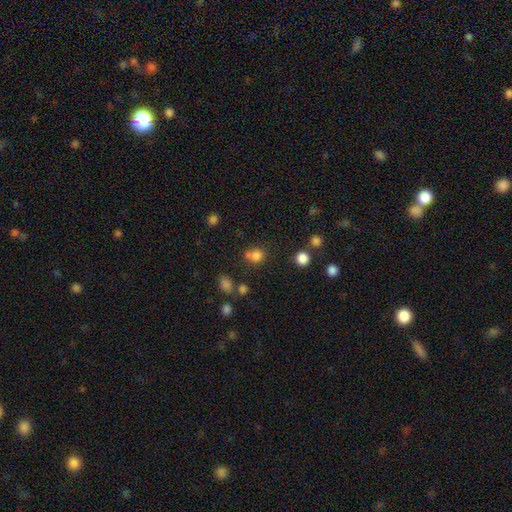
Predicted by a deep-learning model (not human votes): The model was most divided on "merging": none: 49%, merger: 30%, minor disturbance: 15%, major disturbance: 6%. More confident: smooth or featured — smooth (77%); how rounded — round (69%).